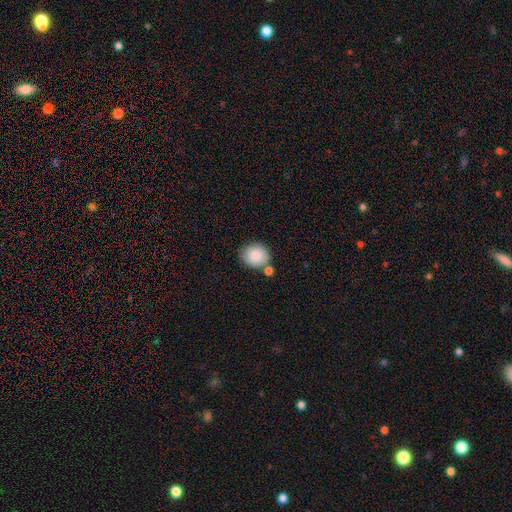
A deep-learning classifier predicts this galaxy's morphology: A smooth galaxy with no disk features (86%) that is round (71%).

Vote fractions:
- Smooth or featured? smooth: 86% / featured or disk: 7% / star or artifact: 7%
- How rounded? round: 71% / in between: 28% / cigar-shaped: 1%
- Merging? none: 65% / merger: 16% / minor disturbance: 15% / major disturbance: 4%